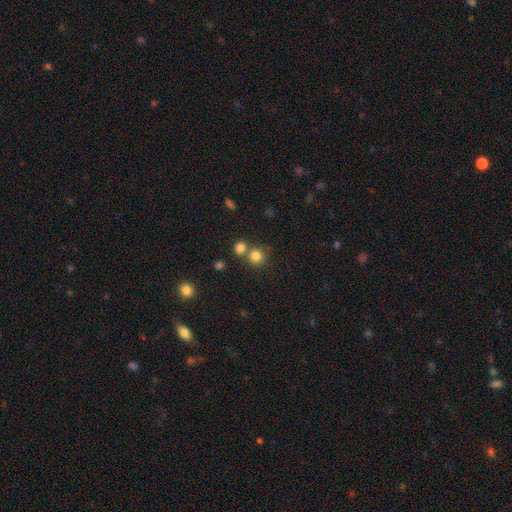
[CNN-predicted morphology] This appears to be a smooth galaxy with no disk features (81%) that is round (89%). Merging: none (61%).